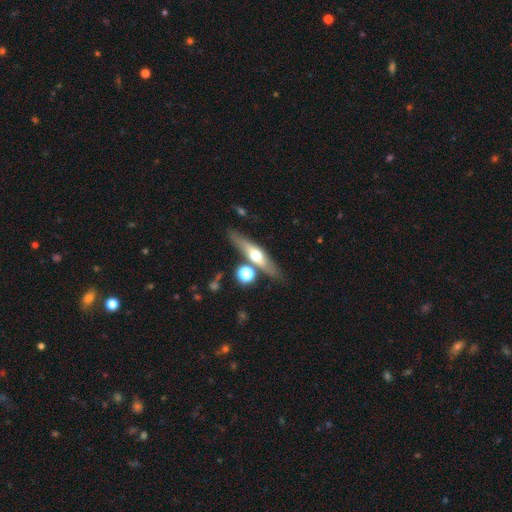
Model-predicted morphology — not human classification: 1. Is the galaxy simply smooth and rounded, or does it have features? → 57% featured or disk, 36% smooth, 7% star or artifact.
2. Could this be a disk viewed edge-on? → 87% yes, 13% no.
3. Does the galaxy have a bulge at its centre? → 92% rounded, 4% none, 3% boxy.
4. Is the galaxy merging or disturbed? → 76% none, 11% minor disturbance, 10% merger, 3% major disturbance.